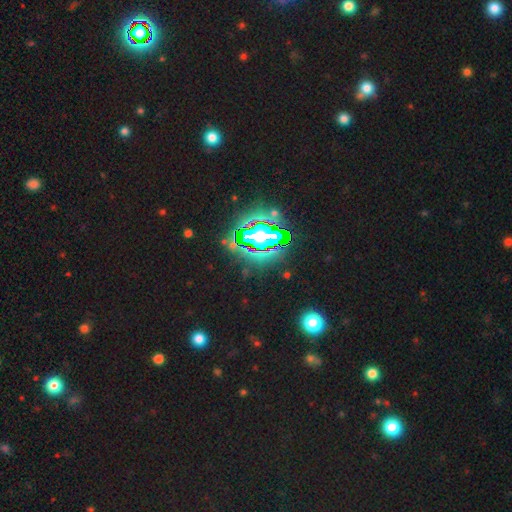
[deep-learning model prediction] Q: Smooth or featured?
A: star or artifact (84%); runner-up: smooth (9%)